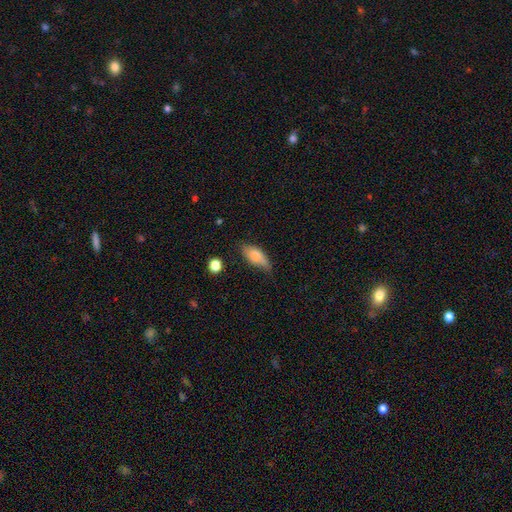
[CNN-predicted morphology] A smooth galaxy with no disk features (75%) that is in between round and cigar-shaped (83%).

Vote fractions:
- Smooth or featured? smooth: 75% / featured or disk: 18% / star or artifact: 7%
- How rounded? in between: 83% / cigar-shaped: 14% / round: 3%
- Merging? none: 56% / minor disturbance: 34% / major disturbance: 8% / merger: 3%